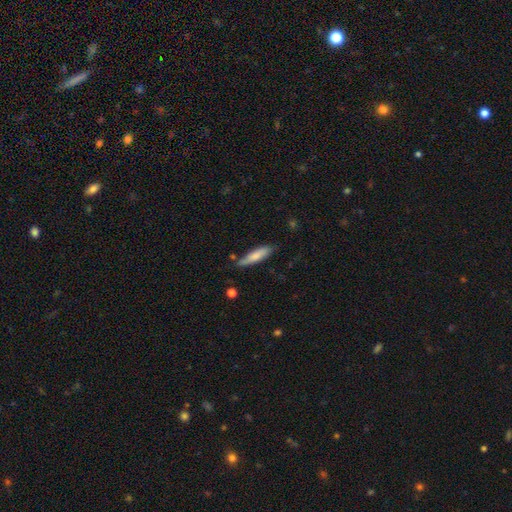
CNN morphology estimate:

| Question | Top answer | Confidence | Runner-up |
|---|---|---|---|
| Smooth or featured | smooth | 76% | featured or disk (19%) |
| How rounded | cigar-shaped | 74% | in between (24%) |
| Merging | none | 71% | minor disturbance (22%) |